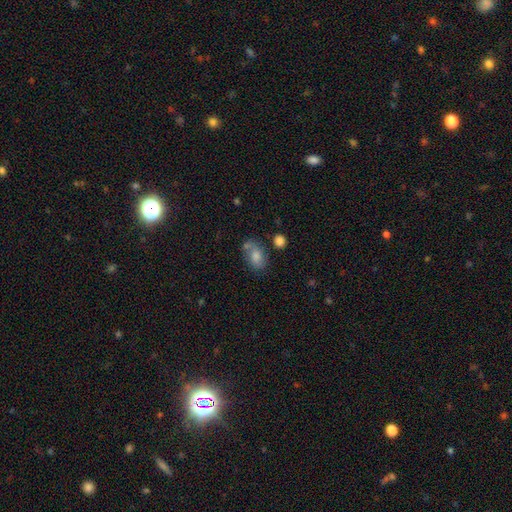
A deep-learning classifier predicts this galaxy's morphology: Smooth or featured?
  - smooth: 72% *
  - featured or disk: 19%
  - star or artifact: 9%
How rounded?
  - in between: 82% *
  - round: 16%
  - cigar-shaped: 2%
Merging?
  - none: 52% *
  - minor disturbance: 22%
  - merger: 17%
  - major disturbance: 9%